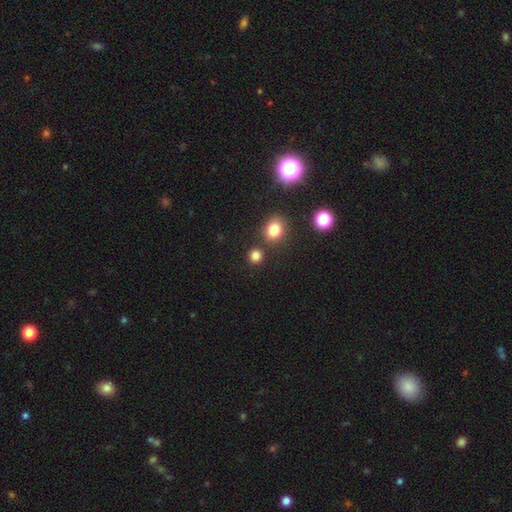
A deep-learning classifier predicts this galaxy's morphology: Smooth or featured? Predicted: smooth (p=0.80). How rounded? Predicted: round (p=0.88). Merging? Predicted: none (p=0.81).